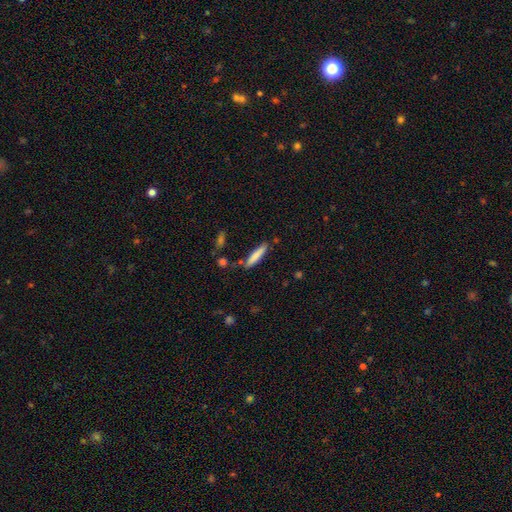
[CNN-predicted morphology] smooth_or_featured: smooth (p=0.78) [alt: featured or disk p=0.15]
how_rounded: cigar-shaped (p=0.87) [alt: in between p=0.12]
merging: none (p=0.78) [alt: minor disturbance p=0.15]